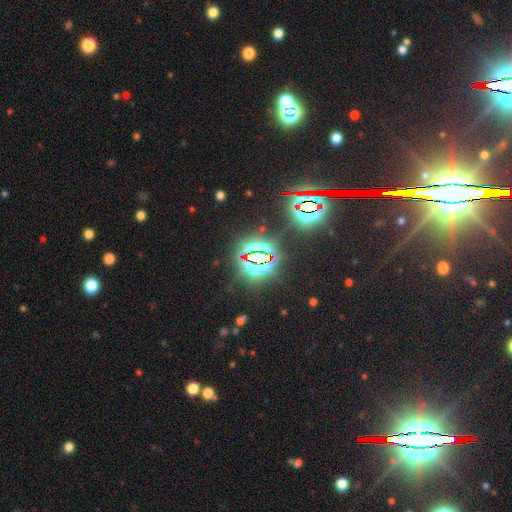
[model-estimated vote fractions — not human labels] This appears to be a star or artifact, not a galaxy (84%).